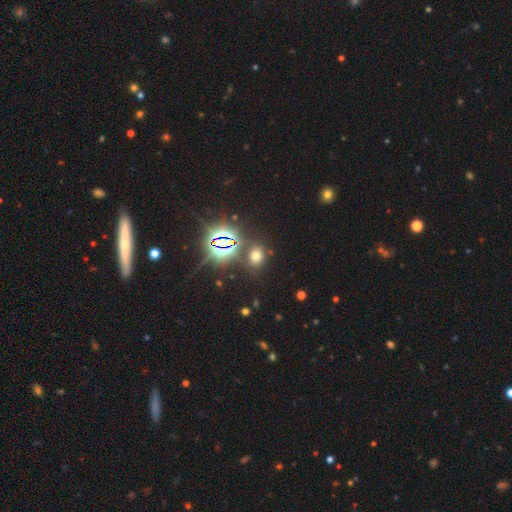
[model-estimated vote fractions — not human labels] Smooth or featured: smooth — 52% (star or artifact — 40%)
How rounded: in between — 51% (round — 47%)
Merging: none — 81% (minor disturbance — 9%)